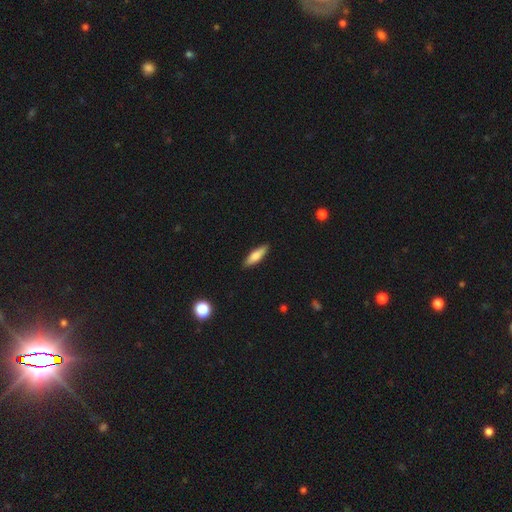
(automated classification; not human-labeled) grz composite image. It shows a smooth galaxy with no disk features (73%) that is cigar-shaped (61%). Merging: none (87%).